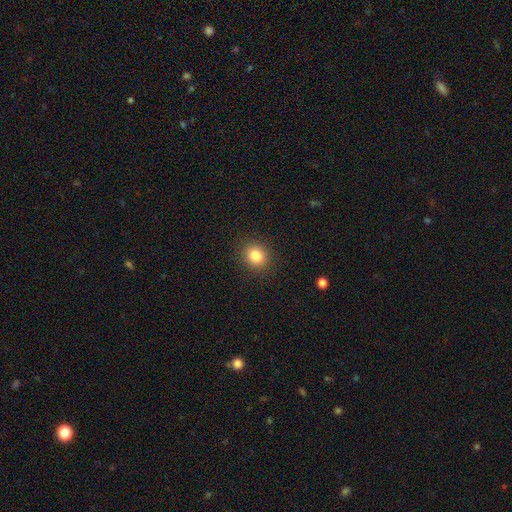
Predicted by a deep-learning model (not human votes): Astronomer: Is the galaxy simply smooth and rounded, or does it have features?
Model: smooth — 83%.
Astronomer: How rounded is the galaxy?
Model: round — 78%.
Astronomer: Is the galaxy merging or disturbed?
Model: none — 90%.